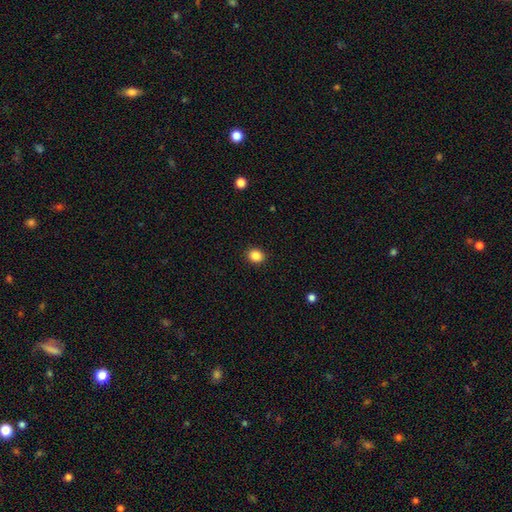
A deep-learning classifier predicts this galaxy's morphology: This appears to be a smooth galaxy with no disk features (86%) that is round (70%). Merging: none (92%).